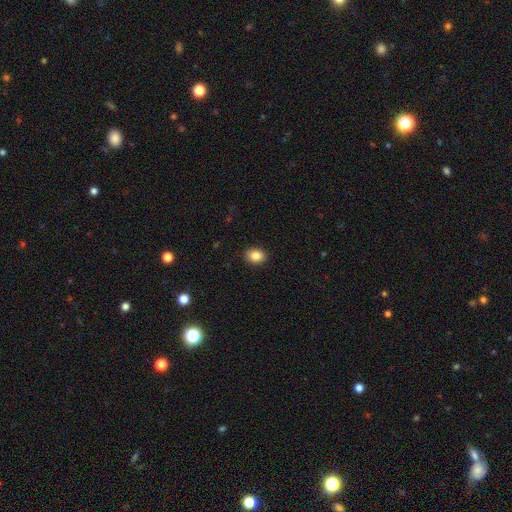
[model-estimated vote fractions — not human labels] The model was most divided on "how rounded": in between: 62%, round: 37%, cigar-shaped: 1%. More confident: merging — none (90%); smooth or featured — smooth (86%).